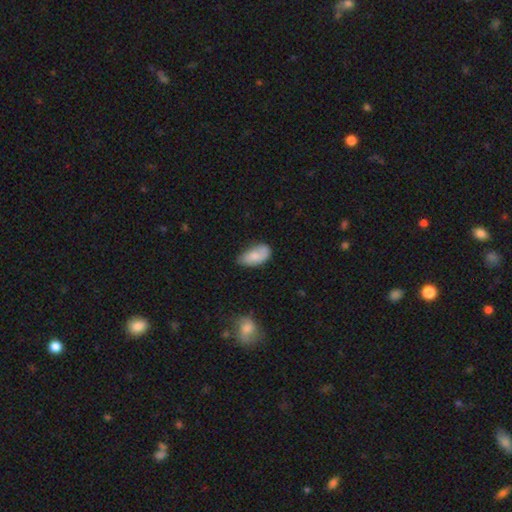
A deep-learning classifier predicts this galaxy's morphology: smooth-or-featured: smooth: 72% | featured or disk: 21% | star or artifact: 7%
  how-rounded: in between: 93% | round: 4% | cigar-shaped: 3%
  merging: none: 52% | minor disturbance: 35% | major disturbance: 10% | merger: 4%